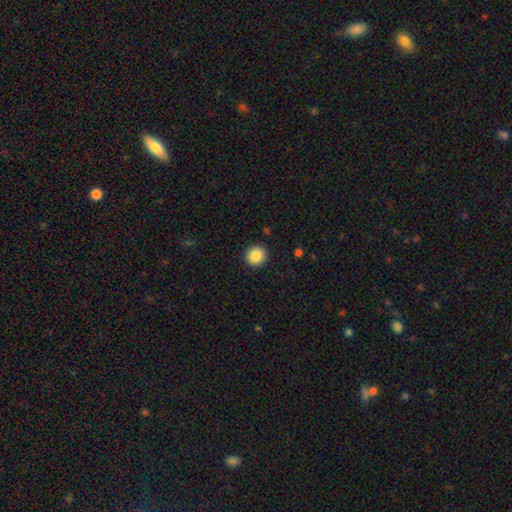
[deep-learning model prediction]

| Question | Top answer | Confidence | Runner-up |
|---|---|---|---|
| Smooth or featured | smooth | 87% | star or artifact (9%) |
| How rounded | round | 90% | in between (9%) |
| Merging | none | 92% | minor disturbance (5%) |